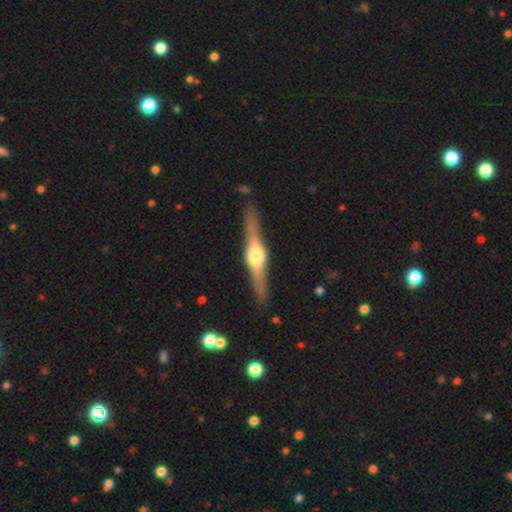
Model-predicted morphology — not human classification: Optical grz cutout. It shows a featured or disk galaxy (79%) viewed edge-on (98%) with a rounded central bulge (93%). Merging: none (89%).